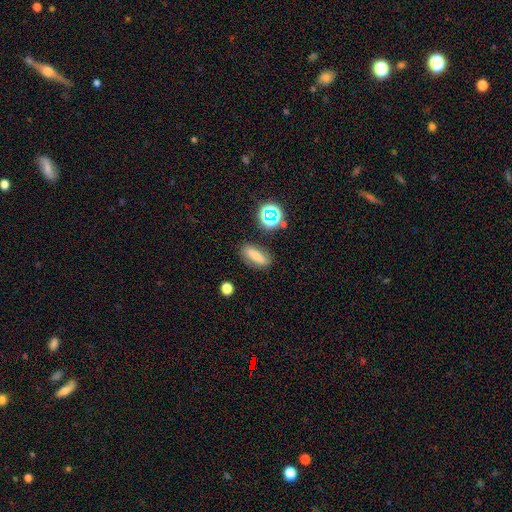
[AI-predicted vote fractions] A smooth galaxy with no disk features (68%) that is in between round and cigar-shaped (58%). Merging: none (80%).